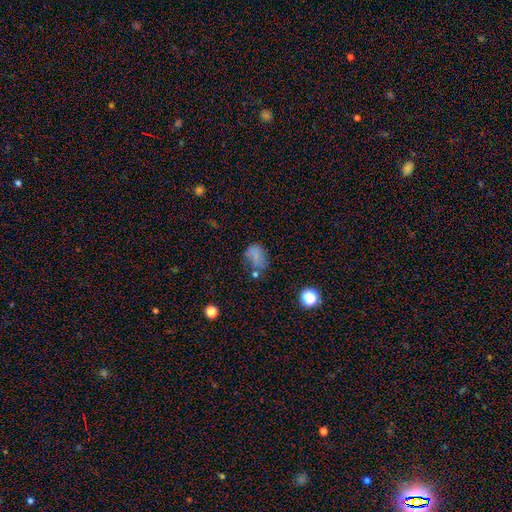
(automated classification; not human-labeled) Q: Smooth or featured?
A: smooth (67%); runner-up: star or artifact (18%)
Q: How rounded?
A: in between (65%); runner-up: round (33%)
Q: Merging?
A: none (40%); runner-up: minor disturbance (28%)